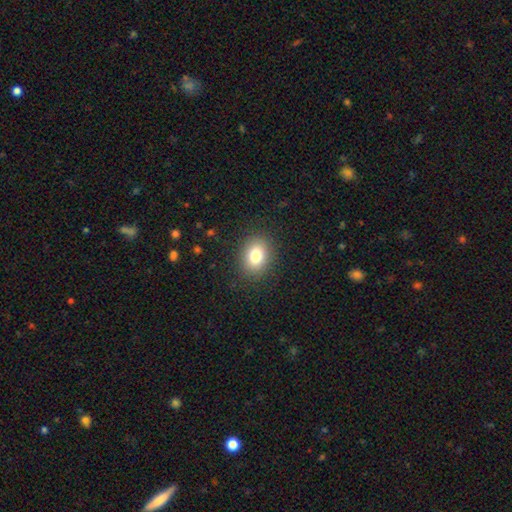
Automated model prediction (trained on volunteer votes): Morphology: type=smooth (80%); roundness=in between (59%); merging=none (88%).